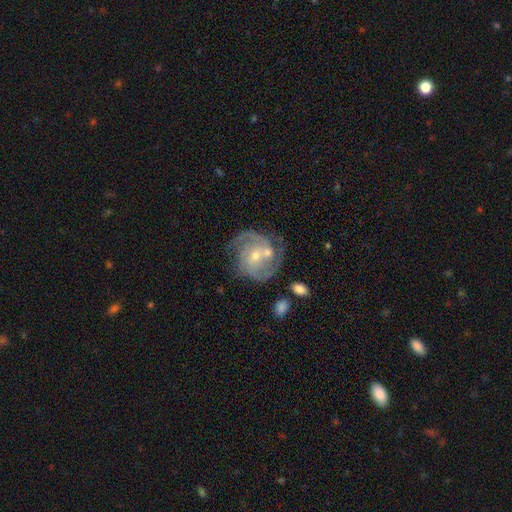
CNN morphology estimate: A featured or disk galaxy (87%) with no bar (51%), 2 (52%) tight (50%) spiral arms (97%) and a small central bulge (57%).

Vote fractions:
- Smooth or featured? featured or disk: 87% / smooth: 7% / star or artifact: 6%
- Edge-on disk? no: 98% / yes: 2%
- Bar? no: 51% / weak: 38% / strong: 11%
- Spiral arms? yes: 97% / no: 3%
- Spiral winding? tight: 50% / medium: 41% / loose: 9%
- Spiral arm count? 2: 52% / 3: 23% / can't tell: 12% / 4: 5% / 1: 4% / more than 4: 3%
- Bulge size? small: 57% / moderate: 39% / none: 2% / large: 2% / dominant: 1%
- Merging? none: 60% / merger: 17% / minor disturbance: 15% / major disturbance: 7%